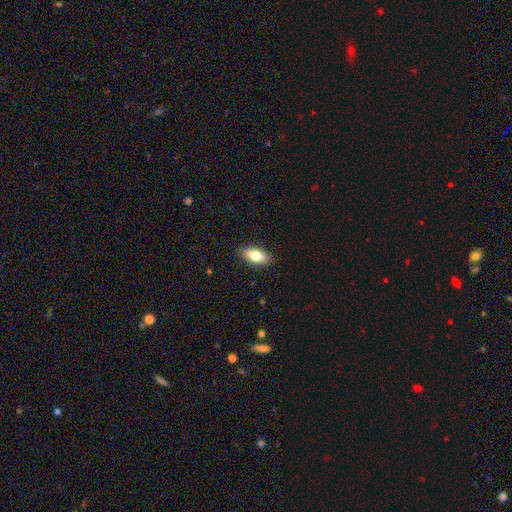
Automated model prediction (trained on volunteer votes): This appears to be a smooth galaxy with no disk features (78%) that is in between round and cigar-shaped (88%). Merging: none (88%).